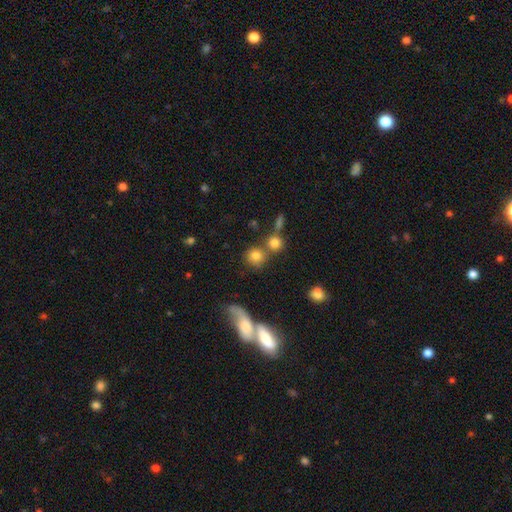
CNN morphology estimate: smooth 77%, star or artifact 12%, featured or disk 10%. Down the decision tree: how rounded — round (86%); merging — none (59%).